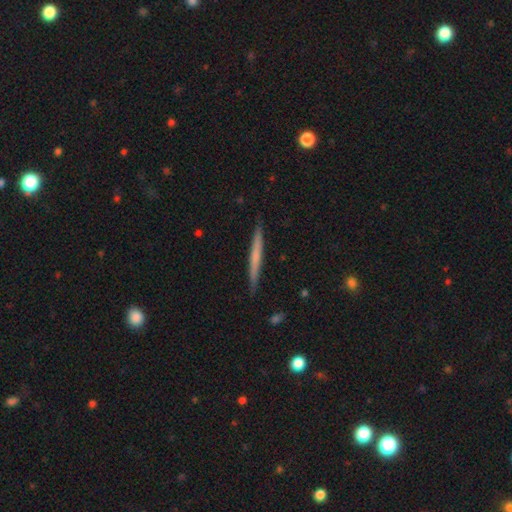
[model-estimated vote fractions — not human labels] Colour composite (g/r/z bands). It shows a smooth galaxy with no disk features (52%) that is cigar-shaped (97%). Merging: none (90%).